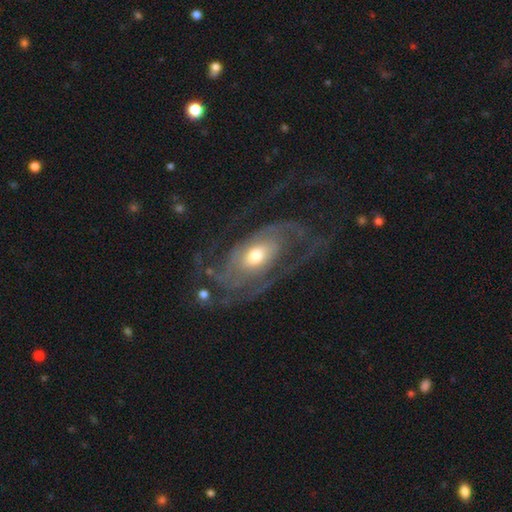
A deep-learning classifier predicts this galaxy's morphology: Smooth or featured?
  - featured or disk: 86% *
  - smooth: 9%
  - star or artifact: 5%
Edge-on disk?
  - no: 95% *
  - yes: 5%
Bar?
  - no: 65% *
  - weak: 26%
  - strong: 9%
Spiral arms?
  - yes: 93% *
  - no: 7%
Spiral winding?
  - medium: 41% *
  - tight: 37%
  - loose: 21%
Spiral arm count?
  - 2: 36% *
  - can't tell: 21%
  - 3: 20%
  - 1: 8%
  - 4: 8%
  - more than 4: 6%
Bulge size?
  - moderate: 68% *
  - small: 15%
  - large: 15%
  - dominant: 2%
  - none: 1%
Merging?
  - none: 58% *
  - major disturbance: 23%
  - minor disturbance: 16%
  - merger: 2%